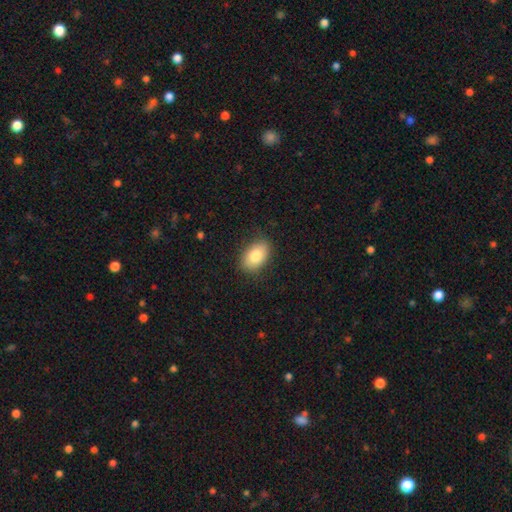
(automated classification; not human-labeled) Smooth or featured? smooth (81%)
How rounded? in between (89%)
Merging? none (85%)